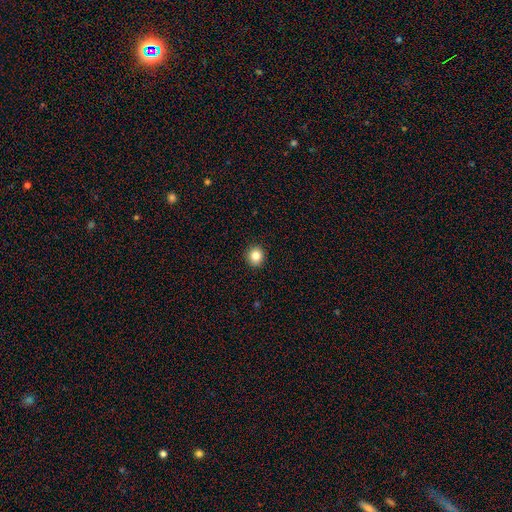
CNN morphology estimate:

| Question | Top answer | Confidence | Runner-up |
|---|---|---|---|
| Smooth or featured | smooth | 84% | star or artifact (10%) |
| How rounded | round | 88% | in between (11%) |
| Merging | none | 92% | minor disturbance (5%) |